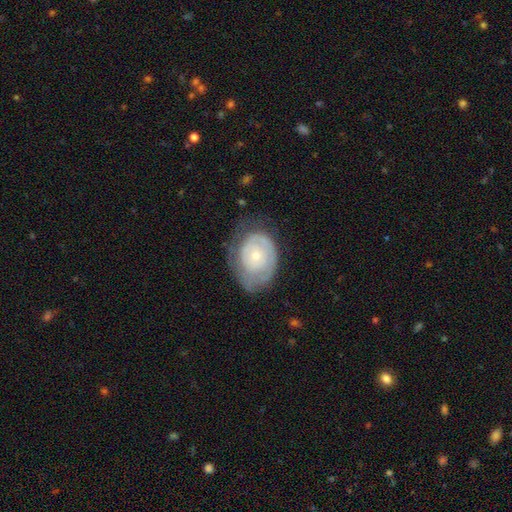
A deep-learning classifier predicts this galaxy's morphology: Q: Smooth or featured?
A: featured or disk (64%); runner-up: smooth (30%)
Q: Edge-on disk?
A: no (96%); runner-up: yes (4%)
Q: Bar?
A: no (85%); runner-up: weak (13%)
Q: Spiral arms?
A: yes (72%); runner-up: no (28%)
Q: Bulge size?
A: small (69%); runner-up: moderate (26%)
Q: Merging?
A: none (59%); runner-up: minor disturbance (26%)